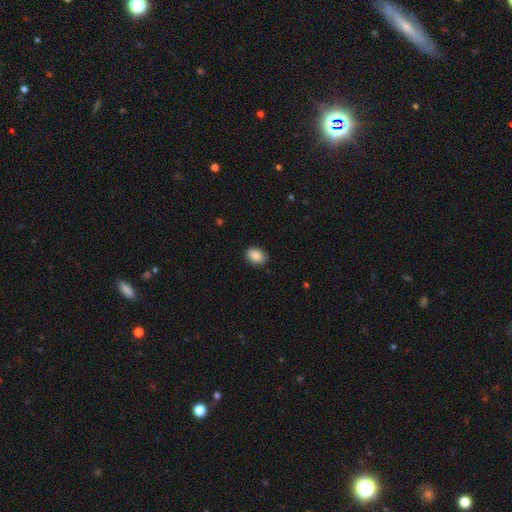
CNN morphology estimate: A smooth galaxy with no disk features (88%) that is in between round and cigar-shaped (81%).

Vote fractions:
- Smooth or featured? smooth: 88% / star or artifact: 7% / featured or disk: 5%
- How rounded? in between: 81% / round: 18% / cigar-shaped: 1%
- Merging? none: 85% / minor disturbance: 12% / major disturbance: 2% / merger: 1%